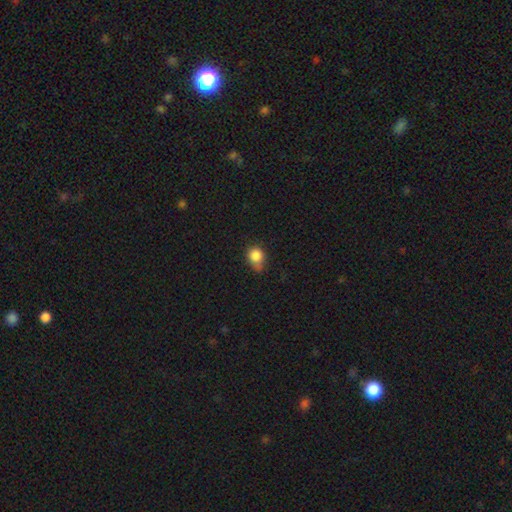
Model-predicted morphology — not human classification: Overall: smooth (84%). How rounded: round (69%; in between 30%). Merging: none (42%; minor disturbance 39%).